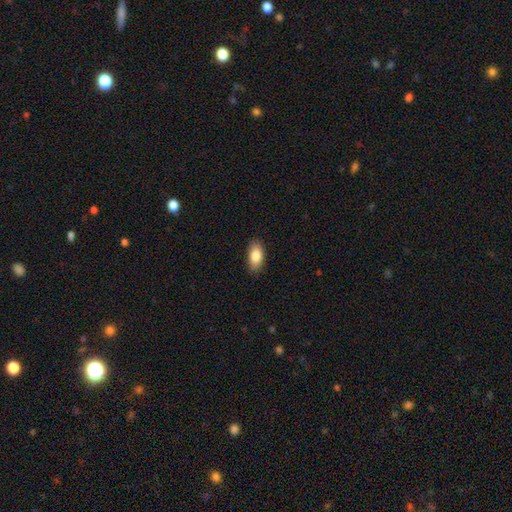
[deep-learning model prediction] Morphology: type=smooth (85%); roundness=in between (91%); merging=none (87%).